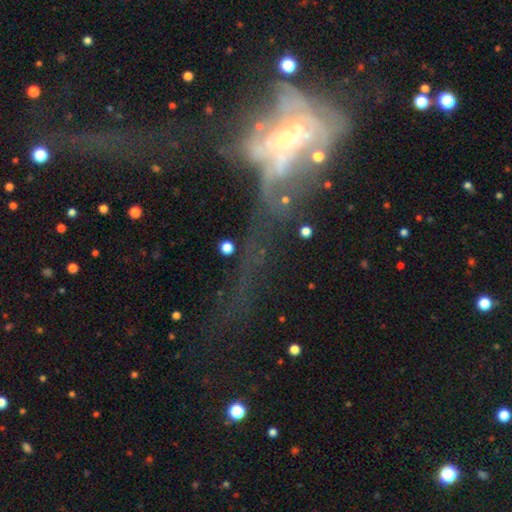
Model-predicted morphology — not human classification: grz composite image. It shows a featured or disk galaxy (55%). Merging: major disturbance (53%).